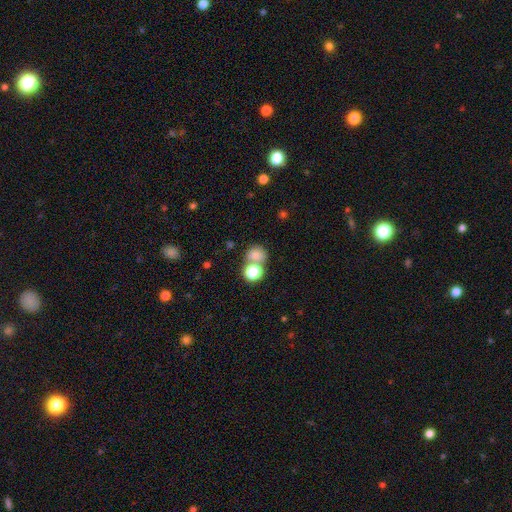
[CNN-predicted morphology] A smooth galaxy with no disk features (77%) that is round (71%). Merging: none (45%).